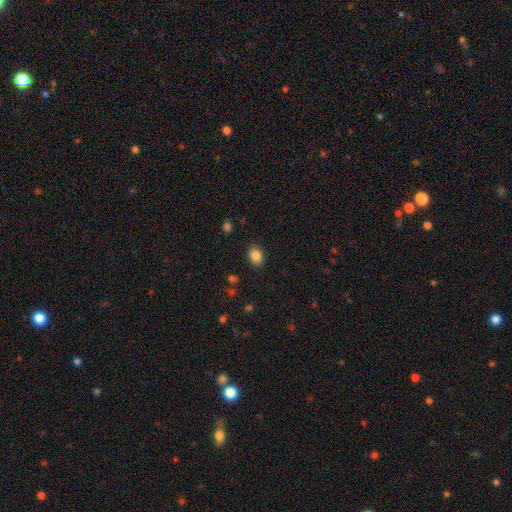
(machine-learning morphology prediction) Smooth or featured? smooth (85%)
How rounded? in between (56%)
Merging? none (88%)